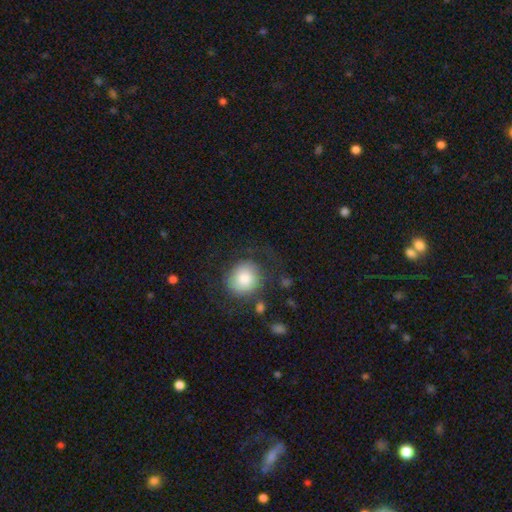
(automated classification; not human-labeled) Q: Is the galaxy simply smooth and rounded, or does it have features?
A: smooth — 59%.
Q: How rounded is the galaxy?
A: round — 84%.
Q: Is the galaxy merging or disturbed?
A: none — 82%.